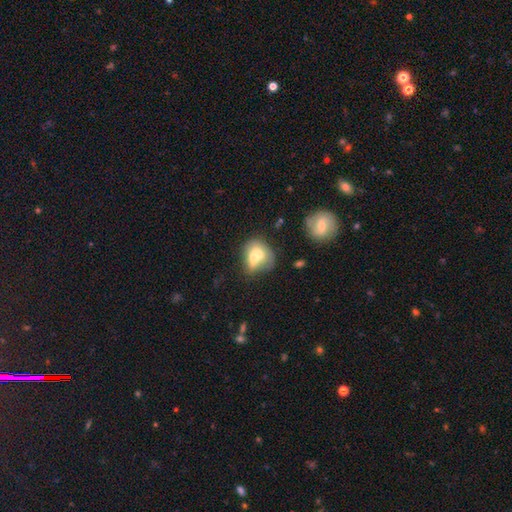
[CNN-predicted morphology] Overall: smooth (63%; featured or disk 29%). How rounded: in between (51%; round 47%). Merging: merger (61%).